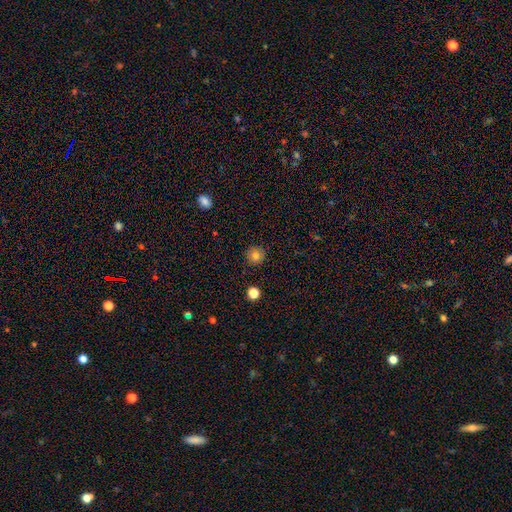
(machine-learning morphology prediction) smooth_or_featured: smooth (p=0.80) [alt: star or artifact p=0.12]
how_rounded: round (p=0.95) [alt: in between p=0.04]
merging: none (p=0.91) [alt: minor disturbance p=0.06]